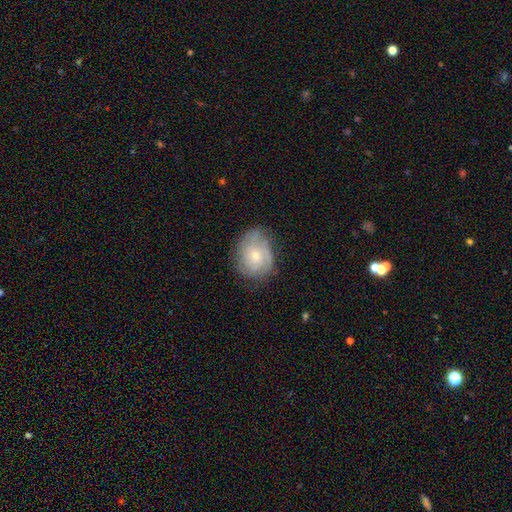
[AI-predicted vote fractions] Overall: featured or disk (62%; smooth 30%). Edge-on disk: no (97%). Bar: no (79%). Spiral arms: yes (84%). Spiral arm count: can't tell (43%; 2 21%). Spiral winding: tight (60%; medium 29%). Bulge size: small (65%; moderate 32%). Merging: none (66%).